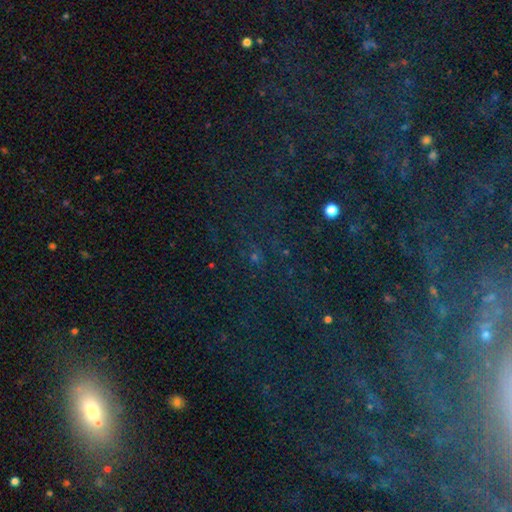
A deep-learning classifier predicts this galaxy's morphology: Smooth or featured: star or artifact — 73% (smooth — 18%)